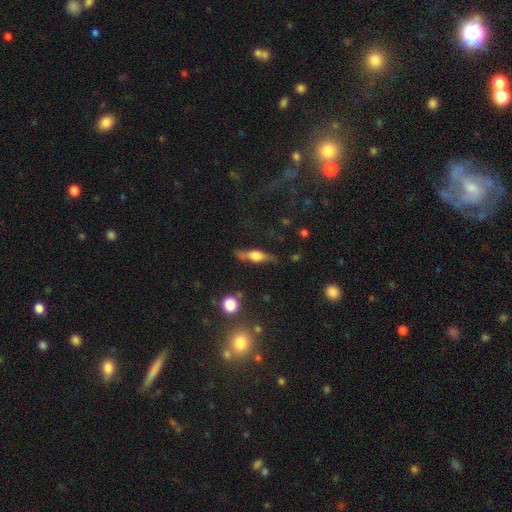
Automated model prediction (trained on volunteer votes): featured or disk 55%, smooth 37%, star or artifact 8%. Down the decision tree: edge-on disk — yes (90%); merging — none (75%).